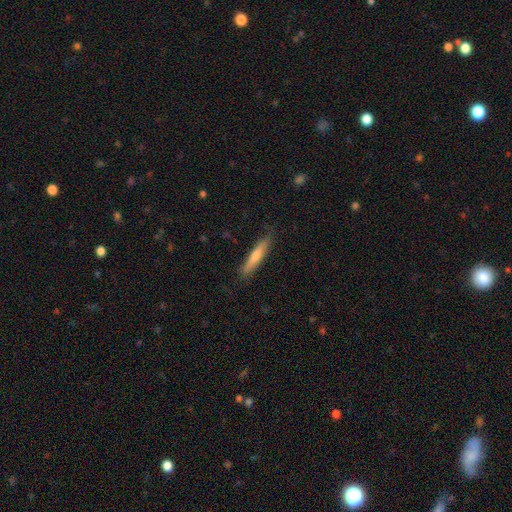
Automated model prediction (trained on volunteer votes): Smooth or featured? smooth (59%)
How rounded? cigar-shaped (92%)
Merging? none (87%)